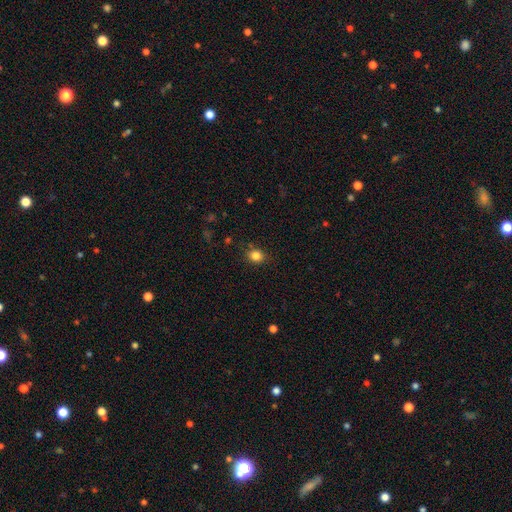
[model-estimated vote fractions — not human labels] This is clearly a smooth galaxy (83%). How rounded: likely round (72%). Merging: clearly none (84%).